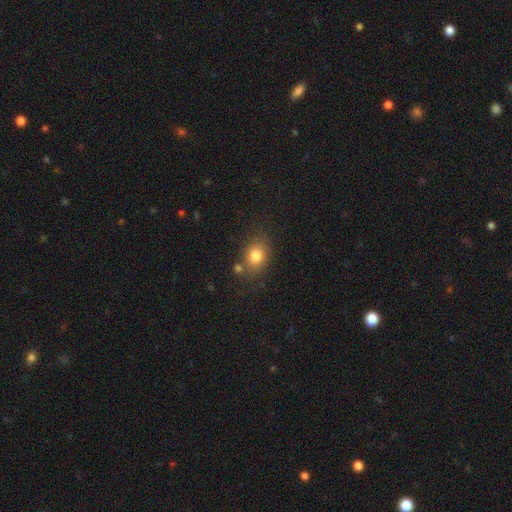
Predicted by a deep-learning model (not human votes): This is likely a smooth galaxy (80%). How rounded: possibly in between (53%). Merging: likely none (72%).